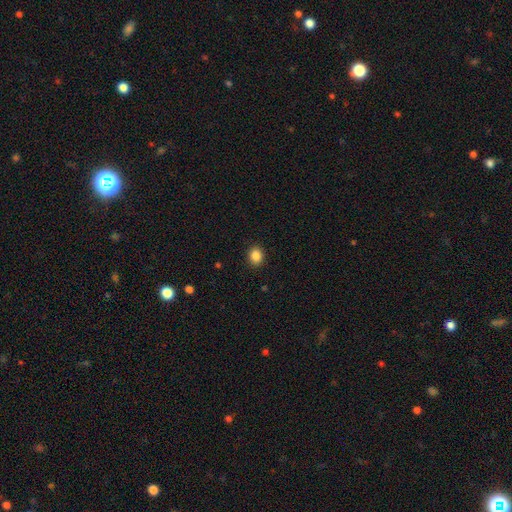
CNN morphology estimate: Q: Smooth or featured?
A: smooth (87%); runner-up: star or artifact (10%)
Q: How rounded?
A: round (65%); runner-up: in between (34%)
Q: Merging?
A: none (91%); runner-up: minor disturbance (6%)